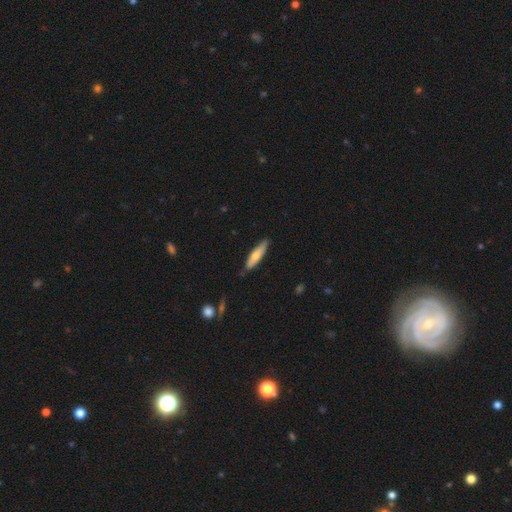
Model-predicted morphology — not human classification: Q: Smooth or featured?
A: smooth (66%); runner-up: featured or disk (29%)
Q: How rounded?
A: cigar-shaped (78%); runner-up: in between (20%)
Q: Merging?
A: none (83%); runner-up: minor disturbance (13%)